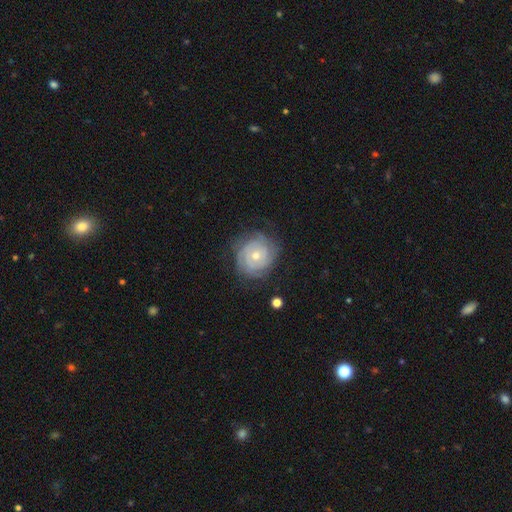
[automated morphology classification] type=featured or disk (78%); edge-on=no (98%); bar=no (80%); spiral arms=yes (92%); winding=tight (77%); arm count=can't tell (40%); bulge=small (50%); merging=none (73%).